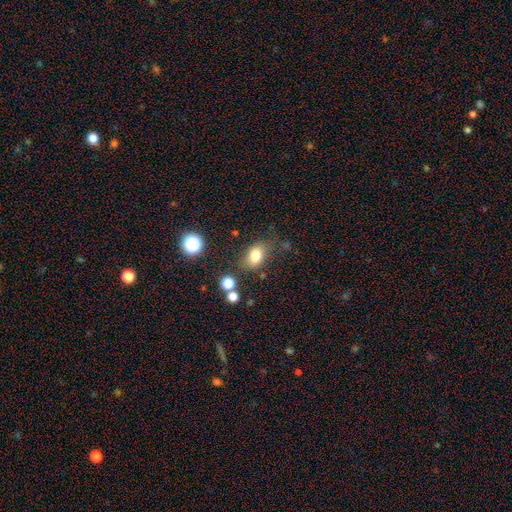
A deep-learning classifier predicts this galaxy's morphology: Smooth or featured?
  - smooth: 79% *
  - star or artifact: 11%
  - featured or disk: 9%
How rounded?
  - in between: 74% *
  - round: 24%
  - cigar-shaped: 2%
Merging?
  - none: 70% *
  - minor disturbance: 18%
  - major disturbance: 6%
  - merger: 5%